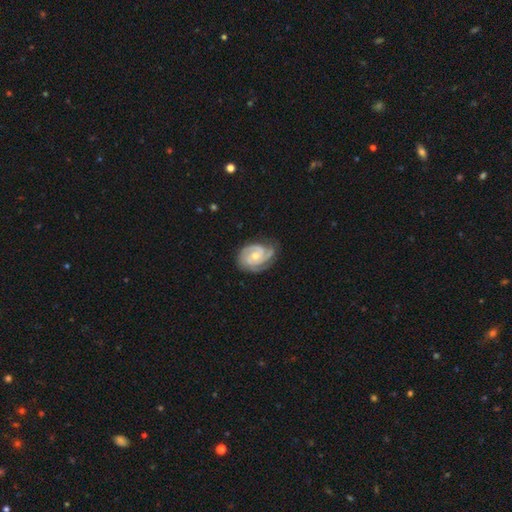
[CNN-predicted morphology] The model was most divided on "spiral arm count": 2: 42%, 3: 37%, can't tell: 9%, 4: 4%, 1: 4%, more than 4: 3%. More confident: spiral arms — yes (98%); edge-on disk — no (98%); smooth or featured — featured or disk (90%); merging — none (73%); spiral winding — tight (66%); bar — no (66%); bulge size — moderate (53%).